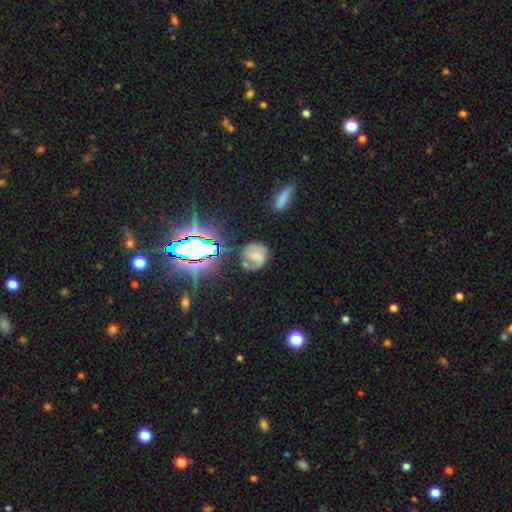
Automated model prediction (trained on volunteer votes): Smooth or featured: featured or disk — 53% (smooth — 33%)
Edge-on disk: no — 97% (yes — 3%)
Bar: weak — 43% (no — 33%)
Spiral arms: yes — 80% (no — 20%)
Bulge size: none — 37% (small — 33%)
Merging: none — 60% (minor disturbance — 22%)